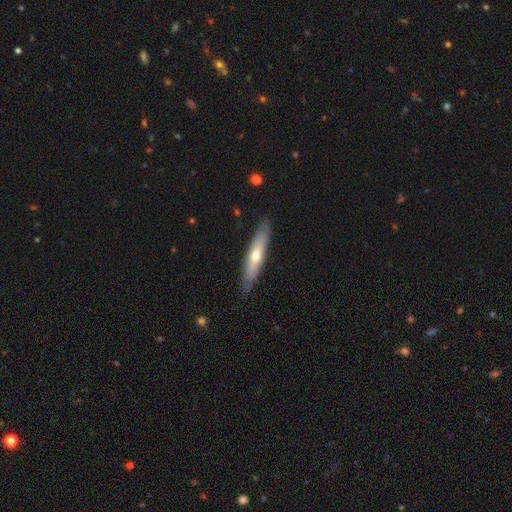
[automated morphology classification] Smooth or featured? smooth (48%)
Merging? none (83%)